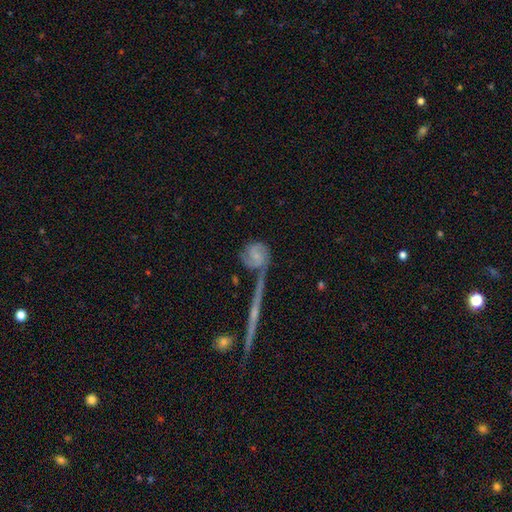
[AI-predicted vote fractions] Morphology: type=featured or disk (73%); edge-on=no (95%); bar=no (65%); spiral arms=yes (93%); winding=tight (45%); arm count=2 (64%); bulge=small (56%); merging=none (49%).